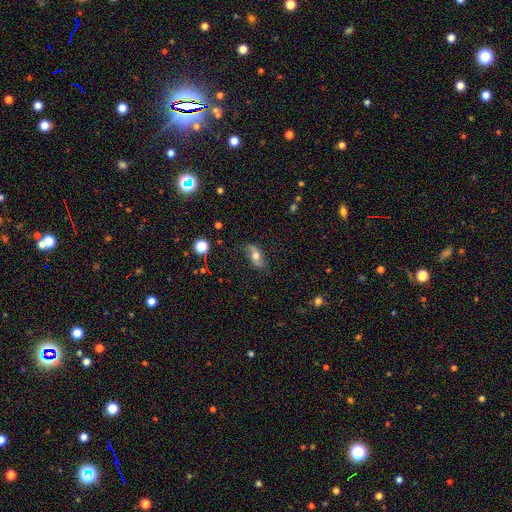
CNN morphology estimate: The model was most divided on "smooth or featured": featured or disk: 58%, smooth: 34%, star or artifact: 9%. More confident: edge-on disk — no (81%); merging — none (79%).